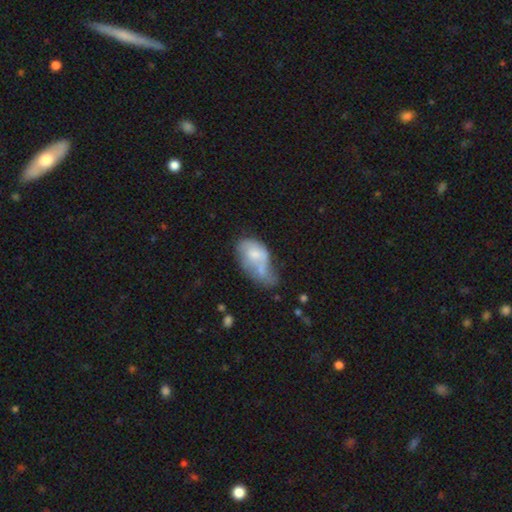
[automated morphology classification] The model was most divided on "merging": merger: 44%, major disturbance: 24%, minor disturbance: 18%, none: 13%. More confident: how rounded — in between (88%); smooth or featured — smooth (59%).